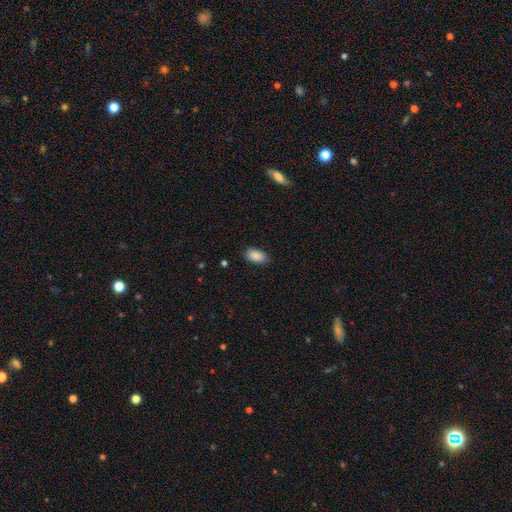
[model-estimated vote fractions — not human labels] The model was most divided on "merging": none: 85%, minor disturbance: 12%, major disturbance: 2%, merger: 1%. More confident: how rounded — in between (93%); smooth or featured — smooth (89%).